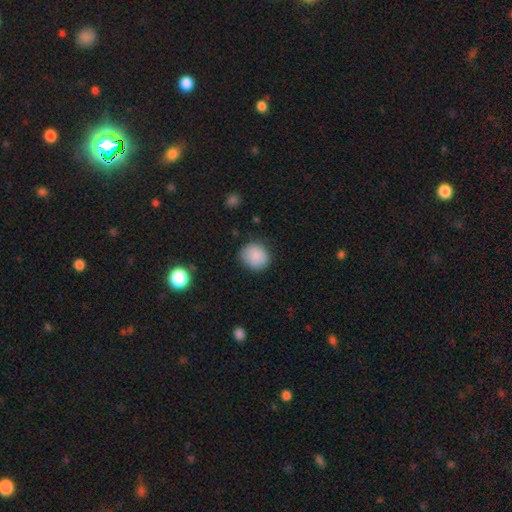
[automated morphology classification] This appears to be a smooth galaxy with no disk features (87%) that is round (76%). Merging: none (81%).